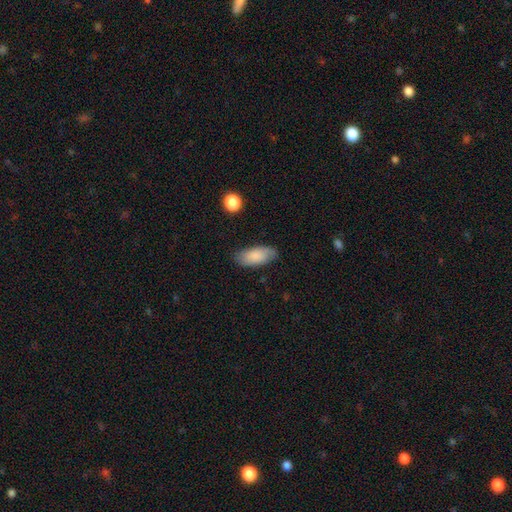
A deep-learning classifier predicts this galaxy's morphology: smooth 79%, featured or disk 14%, star or artifact 7%. Down the decision tree: how rounded — in between (90%); merging — none (78%).